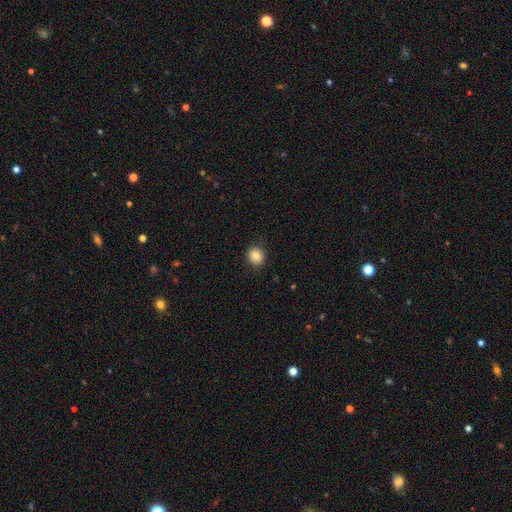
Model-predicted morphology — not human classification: Smooth or featured?
  - smooth: 84% *
  - star or artifact: 10%
  - featured or disk: 6%
How rounded?
  - round: 78% *
  - in between: 21%
  - cigar-shaped: 1%
Merging?
  - none: 90% *
  - minor disturbance: 7%
  - major disturbance: 2%
  - merger: 1%